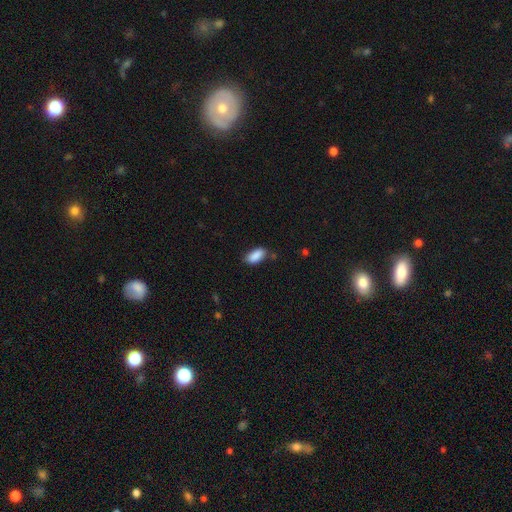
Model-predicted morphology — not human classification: A smooth galaxy with no disk features (89%) that is in between round and cigar-shaped (89%).

Vote fractions:
- Smooth or featured? smooth: 89% / star or artifact: 7% / featured or disk: 4%
- How rounded? in between: 89% / cigar-shaped: 9% / round: 2%
- Merging? none: 77% / minor disturbance: 17% / major disturbance: 3% / merger: 3%